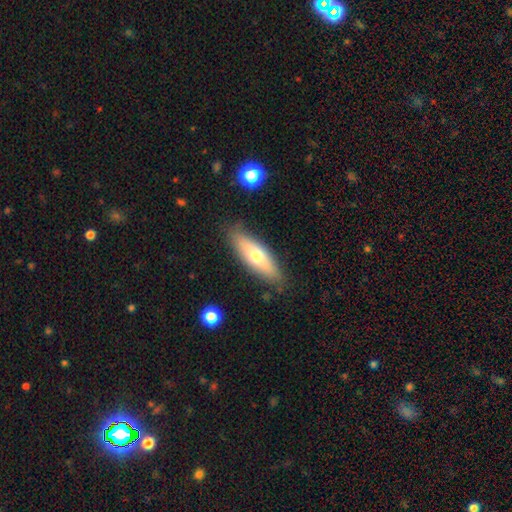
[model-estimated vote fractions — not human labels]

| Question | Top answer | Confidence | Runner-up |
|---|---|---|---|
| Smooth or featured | smooth | 62% | featured or disk (32%) |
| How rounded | in between | 52% | cigar-shaped (46%) |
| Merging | none | 83% | minor disturbance (13%) |